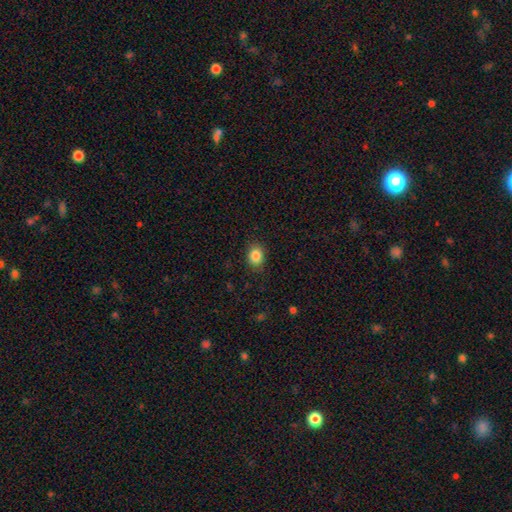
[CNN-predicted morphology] smooth-or-featured: smooth: 86% | star or artifact: 9% | featured or disk: 5%
  how-rounded: in between: 56% | round: 43% | cigar-shaped: 1%
  merging: none: 86% | minor disturbance: 11% | major disturbance: 3% | merger: 1%